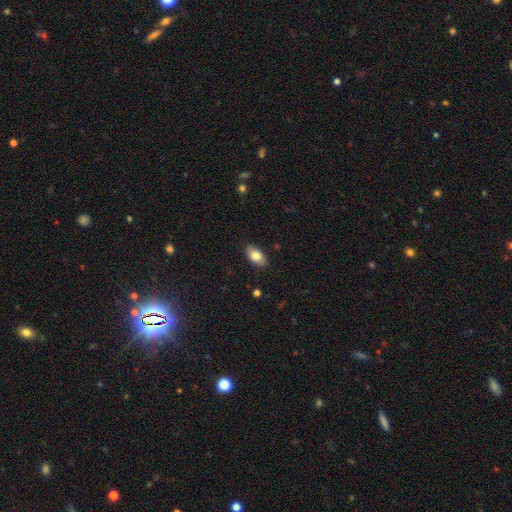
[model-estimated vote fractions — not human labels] Smooth or featured? smooth (83%)
How rounded? in between (93%)
Merging? none (87%)